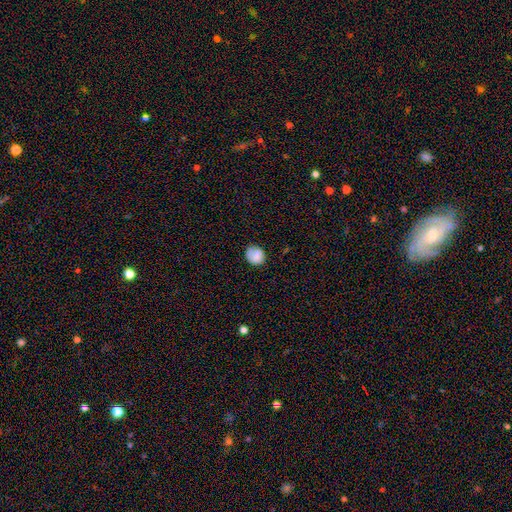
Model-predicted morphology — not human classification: A smooth galaxy with no disk features (82%) that is round (76%).

Vote fractions:
- Smooth or featured? smooth: 82% / featured or disk: 10% / star or artifact: 9%
- How rounded? round: 76% / in between: 23% / cigar-shaped: 1%
- Merging? none: 71% / minor disturbance: 20% / major disturbance: 6% / merger: 3%